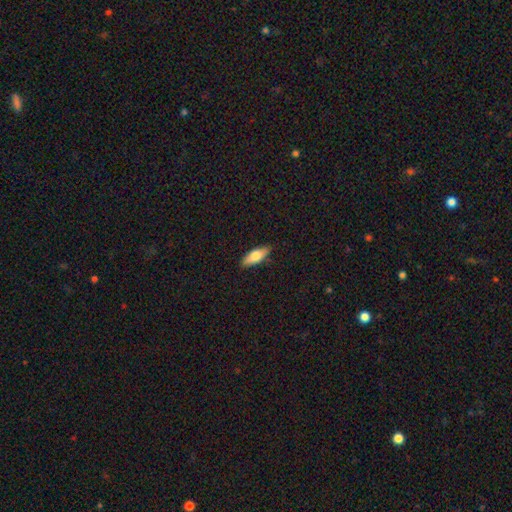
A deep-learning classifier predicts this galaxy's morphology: This appears to be a smooth galaxy with no disk features (72%) that is in between round and cigar-shaped (69%). Merging: none (86%).